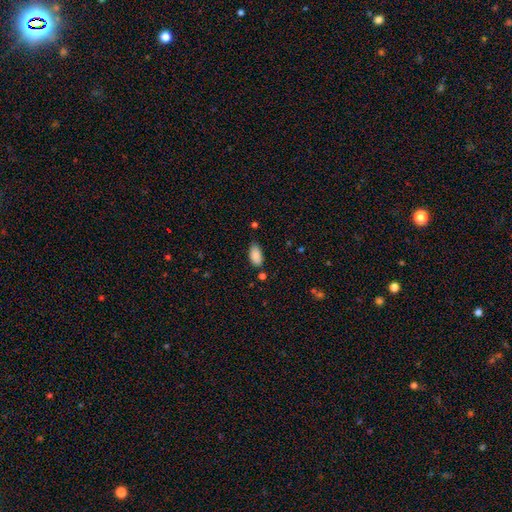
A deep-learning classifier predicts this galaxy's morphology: Smooth or featured: smooth — 88% (star or artifact — 7%)
How rounded: in between — 94% (cigar-shaped — 4%)
Merging: none — 70% (minor disturbance — 22%)